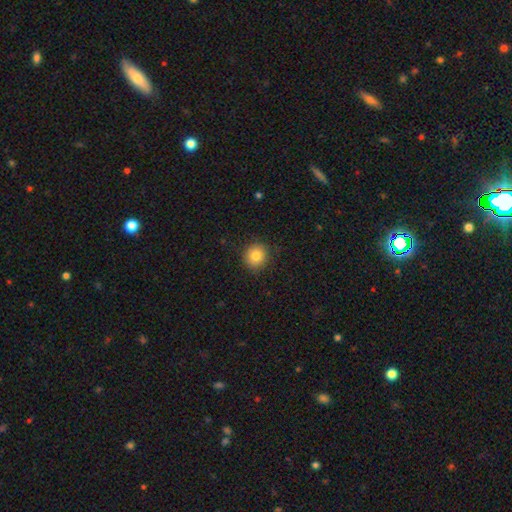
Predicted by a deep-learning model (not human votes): This is clearly a smooth galaxy (83%). How rounded: clearly round (90%). Merging: clearly none (89%).